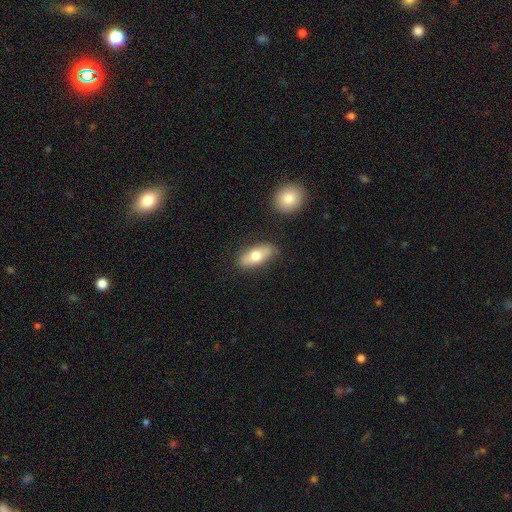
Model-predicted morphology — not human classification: smooth_or_featured: smooth (p=0.69) [alt: featured or disk p=0.25]
how_rounded: in between (p=0.83) [alt: cigar-shaped p=0.13]
merging: none (p=0.79) [alt: minor disturbance p=0.14]